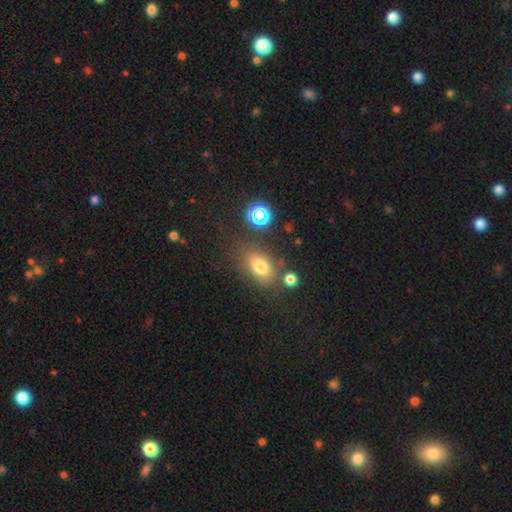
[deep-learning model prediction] smooth_or_featured: smooth (p=0.70) [alt: star or artifact p=0.19]
how_rounded: in between (p=0.72) [alt: round p=0.25]
merging: none (p=0.73) [alt: minor disturbance p=0.13]